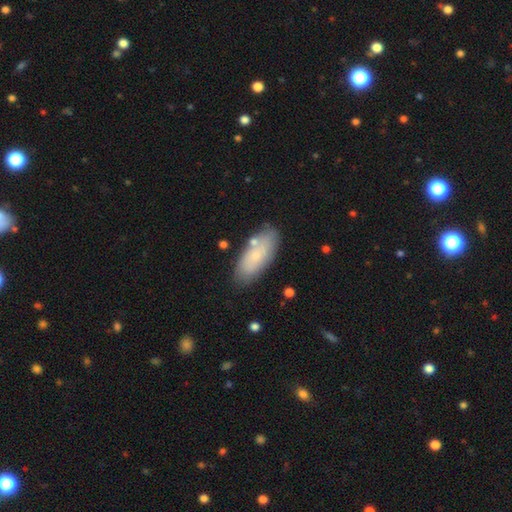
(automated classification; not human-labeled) Smooth or featured?
  - smooth: 71% *
  - featured or disk: 23%
  - star or artifact: 7%
How rounded?
  - in between: 84% *
  - cigar-shaped: 14%
  - round: 2%
Merging?
  - none: 77% *
  - minor disturbance: 15%
  - merger: 5%
  - major disturbance: 3%